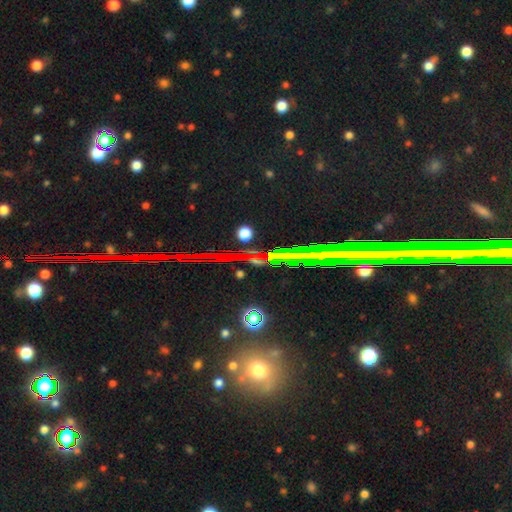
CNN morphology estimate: Smooth or featured? Predicted: star or artifact (p=0.69).